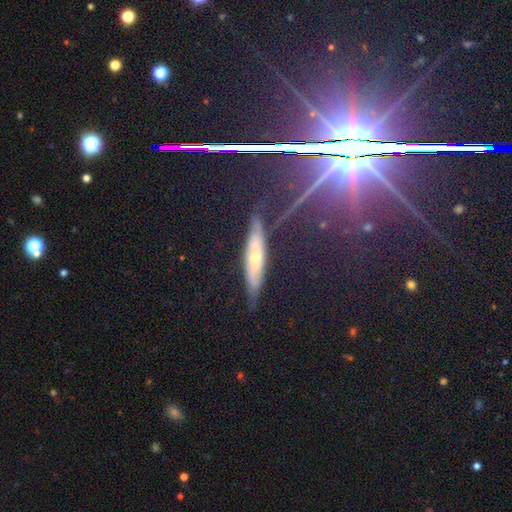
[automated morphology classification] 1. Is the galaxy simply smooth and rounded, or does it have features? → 52% featured or disk, 25% smooth, 23% star or artifact.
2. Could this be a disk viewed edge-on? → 78% yes, 22% no.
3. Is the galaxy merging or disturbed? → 81% none, 14% minor disturbance, 3% major disturbance, 2% merger.